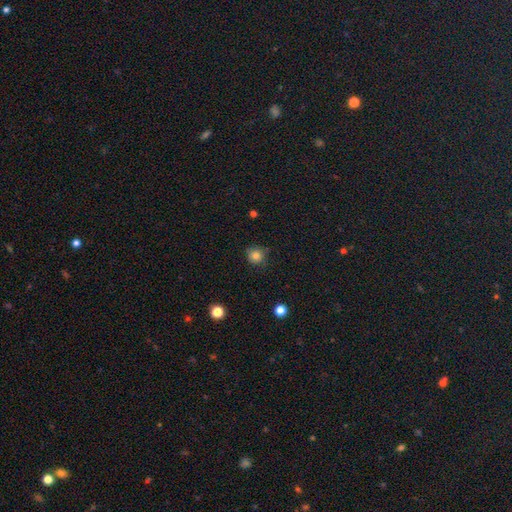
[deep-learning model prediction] A smooth galaxy with no disk features (80%) that is round (92%).

Vote fractions:
- Smooth or featured? smooth: 80% / star or artifact: 13% / featured or disk: 7%
- How rounded? round: 92% / in between: 7% / cigar-shaped: 1%
- Merging? none: 81% / minor disturbance: 14% / major disturbance: 3% / merger: 1%